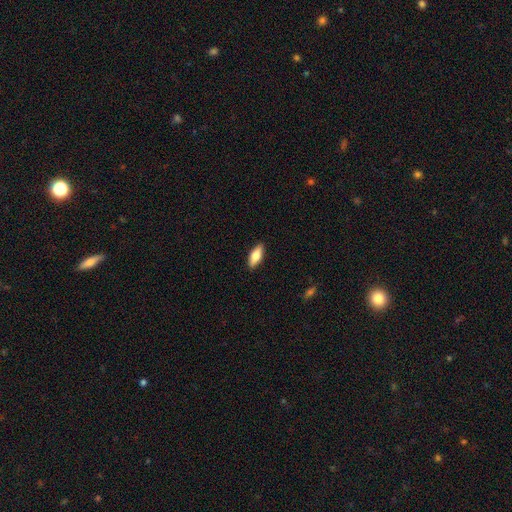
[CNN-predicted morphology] A smooth galaxy with no disk features (69%) that is in between round and cigar-shaped (69%). Merging: none (89%).